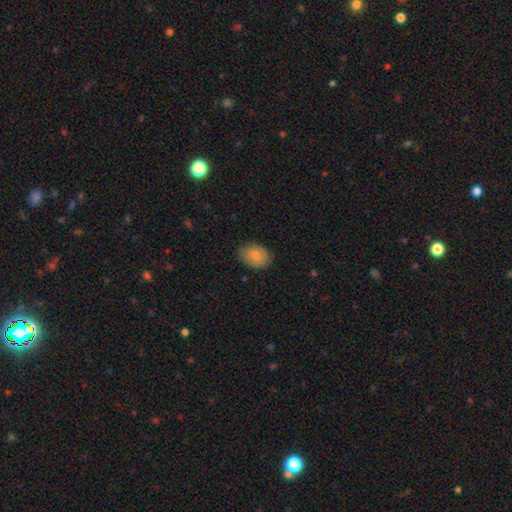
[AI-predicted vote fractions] smooth 81%, featured or disk 12%, star or artifact 7%. Down the decision tree: how rounded — in between (76%); merging — none (82%).